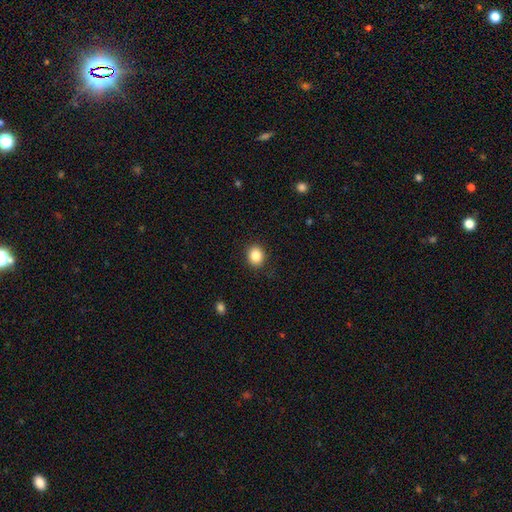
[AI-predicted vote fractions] smooth 85%, star or artifact 10%, featured or disk 5%. Down the decision tree: how rounded — round (71%); merging — none (90%).